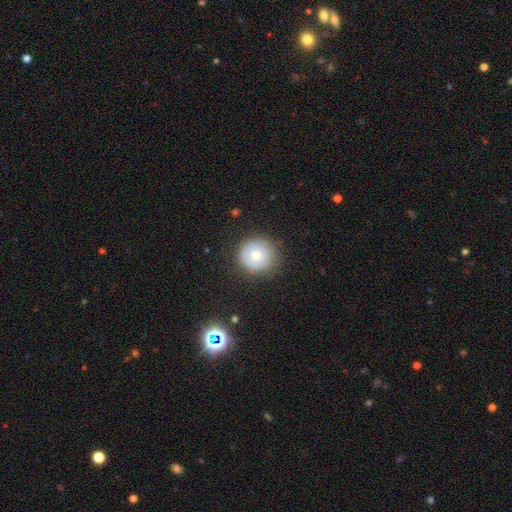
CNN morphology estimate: This is likely a smooth galaxy (60%). How rounded: clearly round (93%). Merging: clearly none (81%).